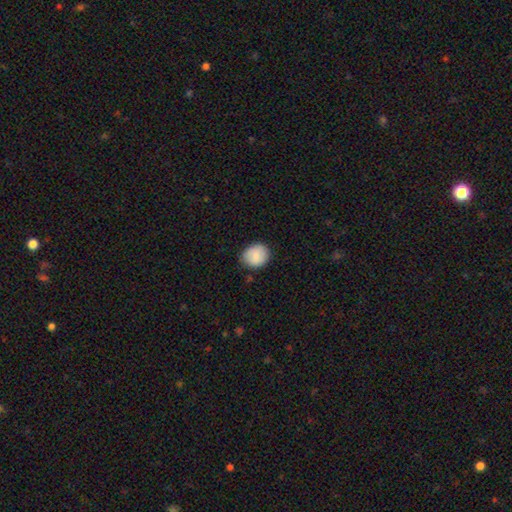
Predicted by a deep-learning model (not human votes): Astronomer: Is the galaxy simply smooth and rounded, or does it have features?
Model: smooth — 84%.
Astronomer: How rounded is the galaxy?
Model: round — 66%.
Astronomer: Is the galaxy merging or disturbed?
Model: none — 79%.